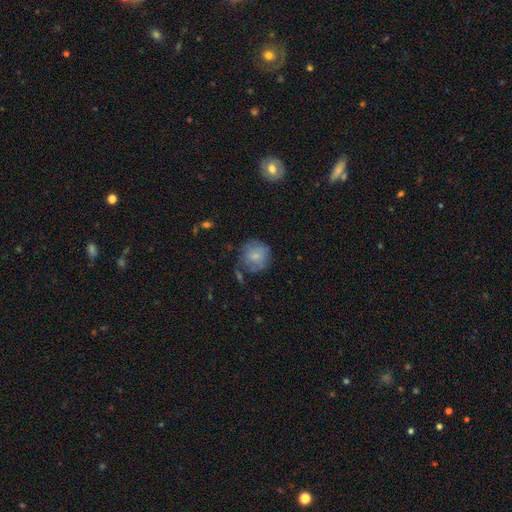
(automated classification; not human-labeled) Overall: smooth (70%). How rounded: round (86%). Merging: none (60%; minor disturbance 24%).